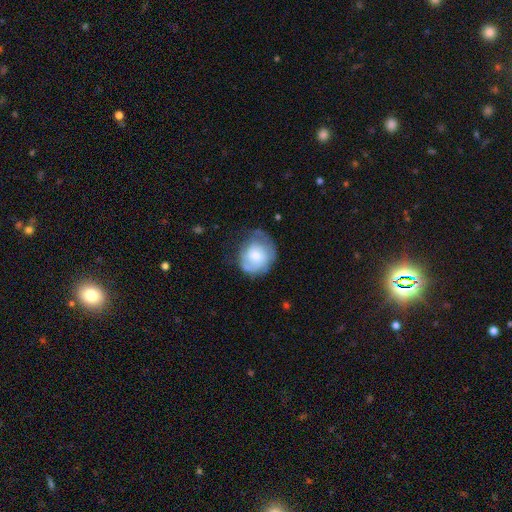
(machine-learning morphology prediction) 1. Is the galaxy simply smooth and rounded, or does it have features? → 49% smooth, 44% featured or disk, 7% star or artifact.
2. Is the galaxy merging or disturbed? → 48% none, 31% minor disturbance, 18% major disturbance, 2% merger.